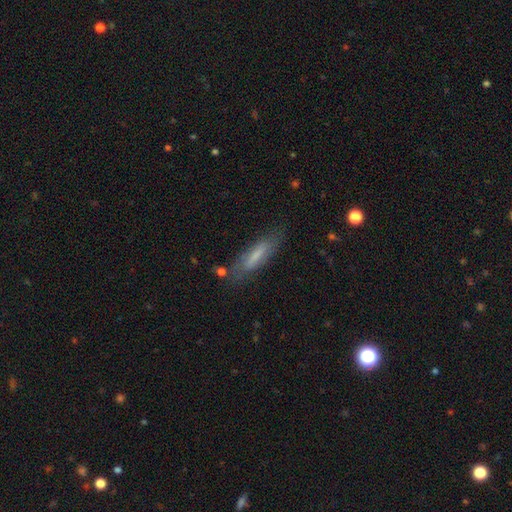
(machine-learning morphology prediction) Smooth or featured: smooth — 56% (featured or disk — 36%)
How rounded: cigar-shaped — 71% (in between — 28%)
Merging: none — 76% (minor disturbance — 16%)